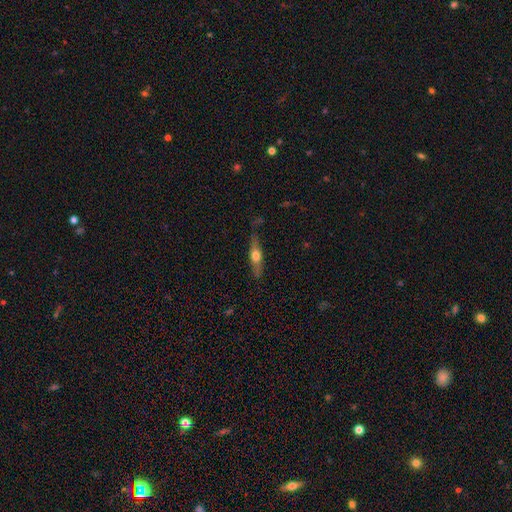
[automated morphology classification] Smooth or featured? Predicted: featured or disk (p=0.48). Merging? Predicted: none (p=0.73).